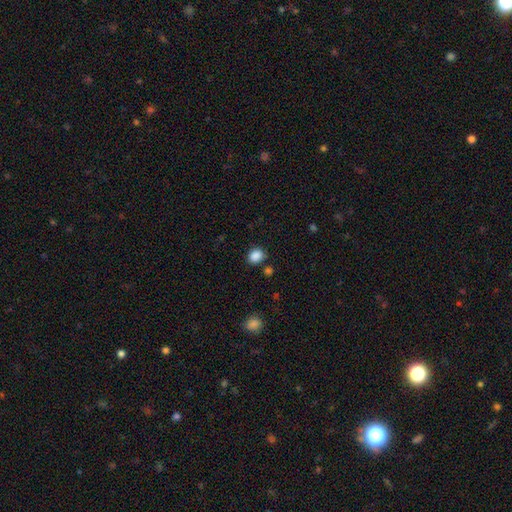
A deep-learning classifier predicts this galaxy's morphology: smooth_or_featured: smooth (p=0.87) [alt: star or artifact p=0.10]
how_rounded: round (p=0.56) [alt: in between p=0.43]
merging: none (p=0.78) [alt: minor disturbance p=0.13]